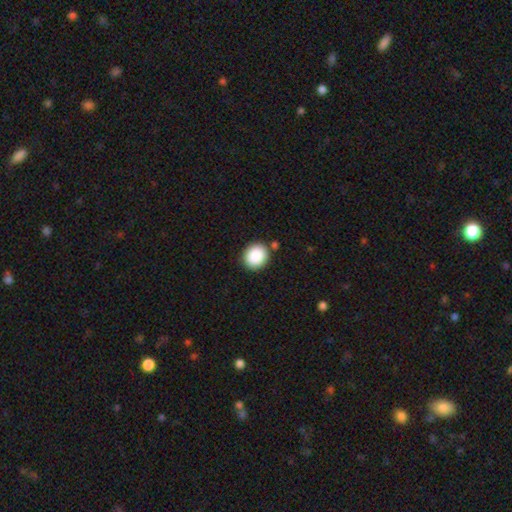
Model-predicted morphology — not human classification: smooth_or_featured: smooth (p=0.88) [alt: star or artifact p=0.08]
how_rounded: round (p=0.75) [alt: in between p=0.24]
merging: none (p=0.86) [alt: minor disturbance p=0.08]